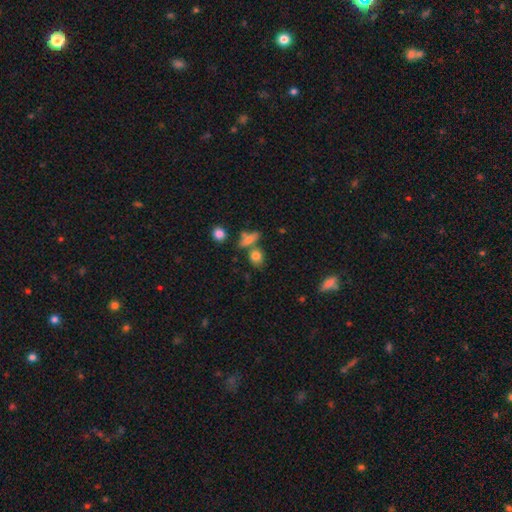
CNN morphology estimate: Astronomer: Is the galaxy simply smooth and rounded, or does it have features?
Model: smooth — 78%.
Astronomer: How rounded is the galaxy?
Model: round — 62%.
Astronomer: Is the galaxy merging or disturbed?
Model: none — 58%.